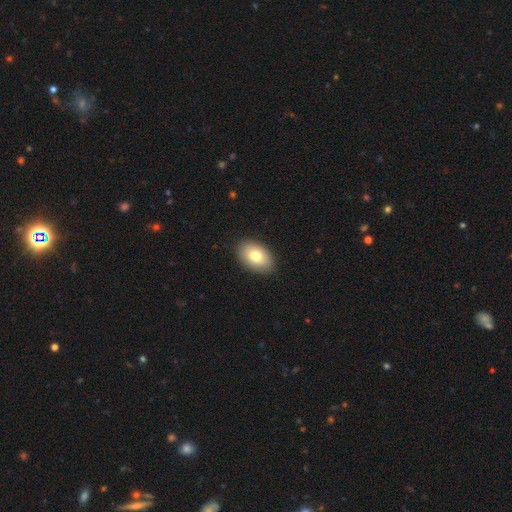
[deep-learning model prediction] Smooth or featured?
  - smooth: 78% *
  - featured or disk: 15%
  - star or artifact: 7%
How rounded?
  - in between: 88% *
  - round: 11%
  - cigar-shaped: 1%
Merging?
  - none: 88% *
  - minor disturbance: 9%
  - major disturbance: 2%
  - merger: 1%